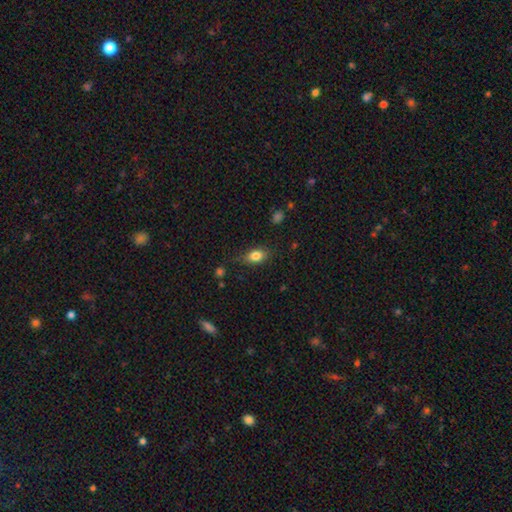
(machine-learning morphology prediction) Overall: smooth (82%). How rounded: in between (81%). Merging: none (74%).